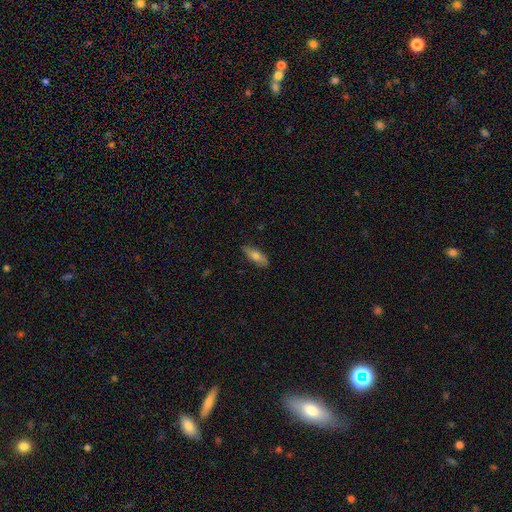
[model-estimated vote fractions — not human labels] Smooth or featured: smooth — 63% (featured or disk — 30%)
How rounded: in between — 51% (cigar-shaped — 46%)
Merging: none — 84% (minor disturbance — 13%)